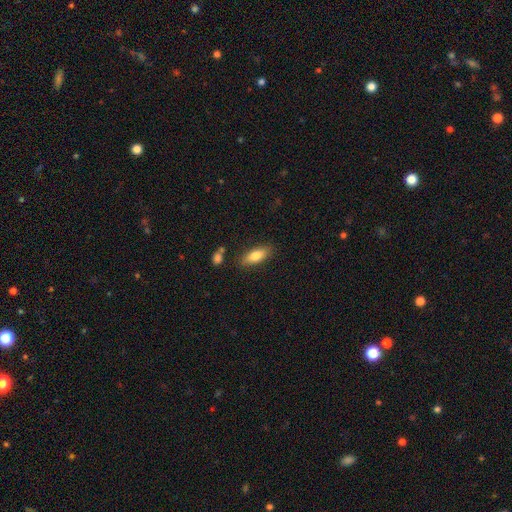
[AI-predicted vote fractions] Smooth or featured? smooth (78%)
How rounded? in between (73%)
Merging? none (82%)